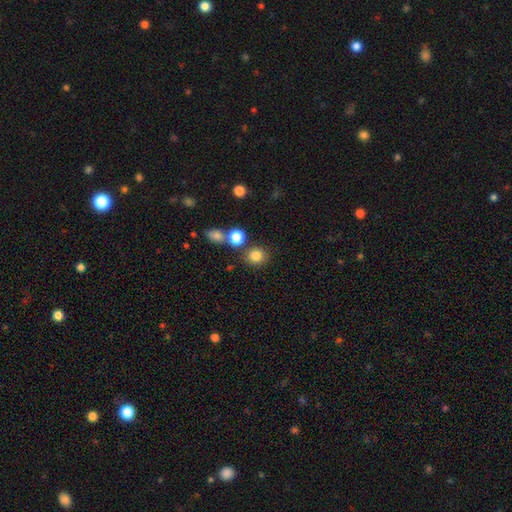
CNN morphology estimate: smooth_or_featured: smooth (p=0.82) [alt: star or artifact p=0.12]
how_rounded: round (p=0.85) [alt: in between p=0.14]
merging: none (p=0.77) [alt: merger p=0.11]